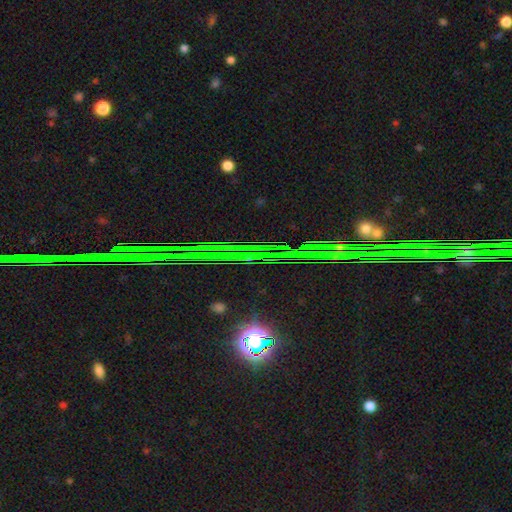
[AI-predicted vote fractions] Morphology: type=star or artifact (85%).